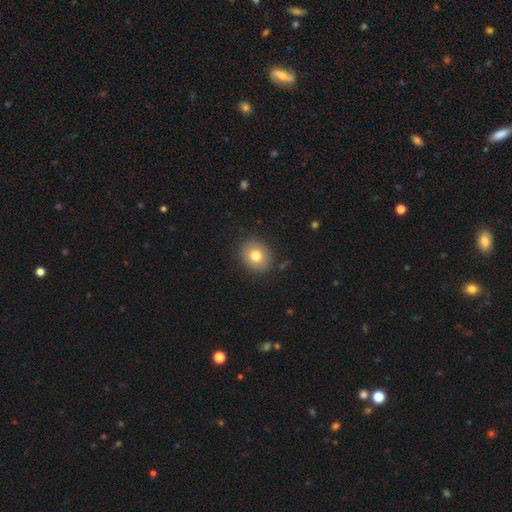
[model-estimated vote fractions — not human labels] Smooth or featured? smooth (77%)
How rounded? round (71%)
Merging? none (88%)